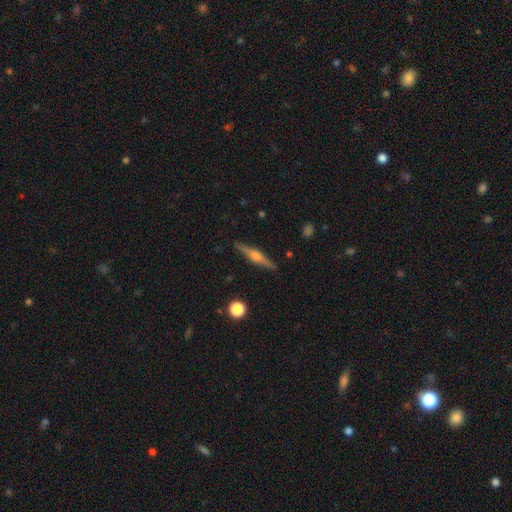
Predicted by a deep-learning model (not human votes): smooth_or_featured: featured or disk (p=0.76) [alt: smooth p=0.18]
disk_edge_on: yes (p=0.98) [alt: no p=0.02]
edge_on_bulge: rounded (p=0.90) [alt: boxy p=0.07]
merging: none (p=0.90) [alt: minor disturbance p=0.07]